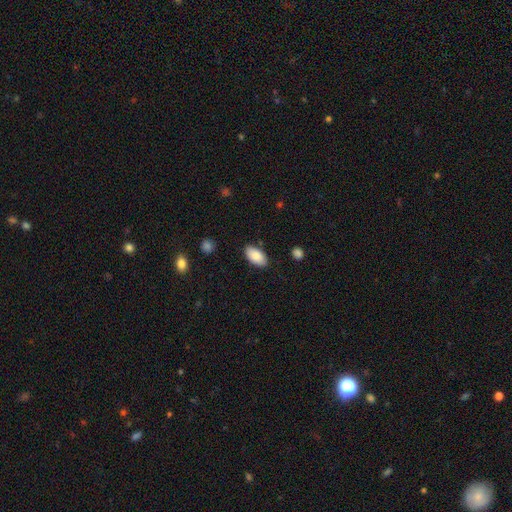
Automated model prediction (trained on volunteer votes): A smooth galaxy with no disk features (84%) that is in between round and cigar-shaped (95%). Merging: none (84%).